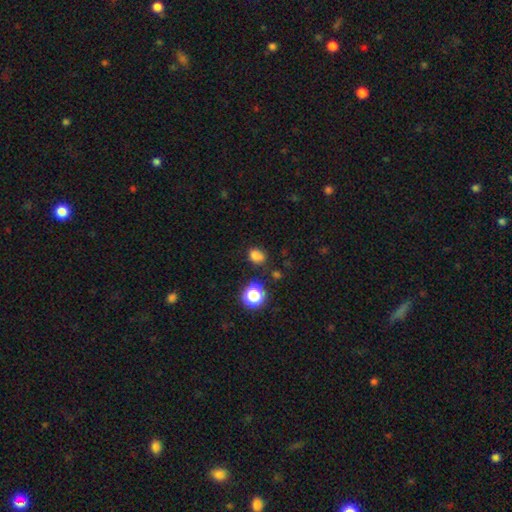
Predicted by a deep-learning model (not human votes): Smooth or featured? Predicted: smooth (p=0.76). How rounded? Predicted: round (p=0.52). Merging? Predicted: none (p=0.62).